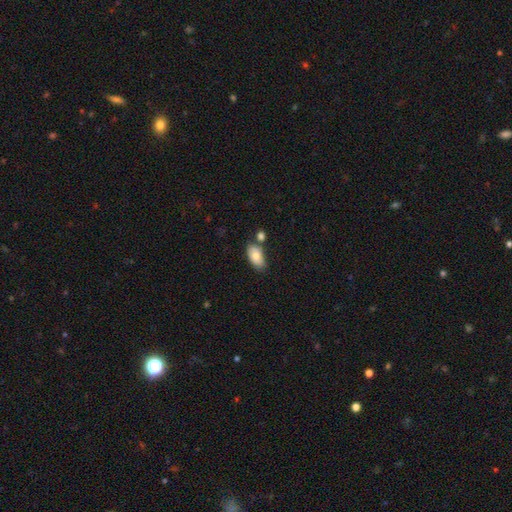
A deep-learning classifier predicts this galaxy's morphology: A smooth galaxy with no disk features (77%) that is in between round and cigar-shaped (93%).

Vote fractions:
- Smooth or featured? smooth: 77% / featured or disk: 16% / star or artifact: 7%
- How rounded? in between: 93% / round: 5% / cigar-shaped: 2%
- Merging? none: 68% / minor disturbance: 15% / merger: 14% / major disturbance: 3%